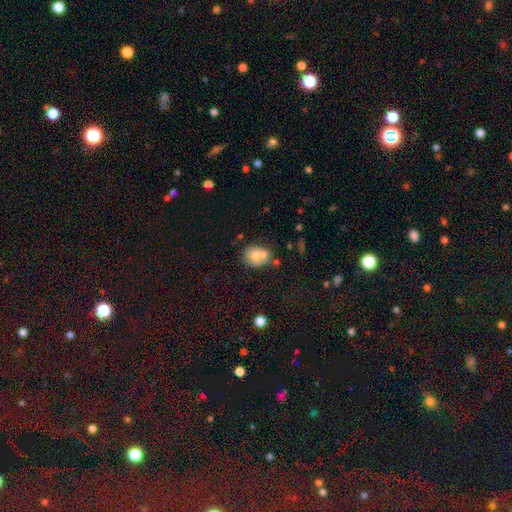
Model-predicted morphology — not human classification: A smooth galaxy with no disk features (65%) that is round (60%). Merging: none (44%).